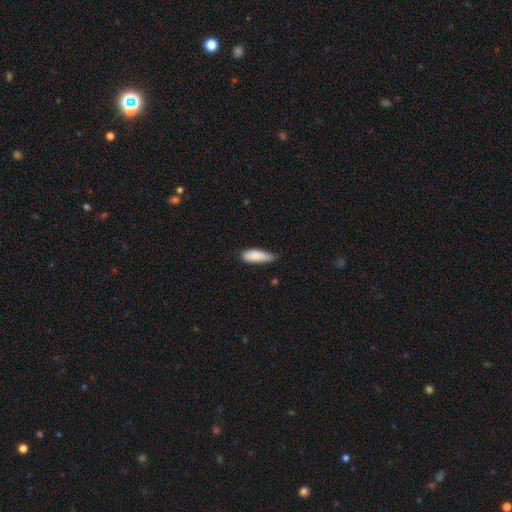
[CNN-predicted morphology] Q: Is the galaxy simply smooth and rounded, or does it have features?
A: smooth — 85%.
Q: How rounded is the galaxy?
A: in between — 57%.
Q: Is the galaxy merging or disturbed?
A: none — 58%.